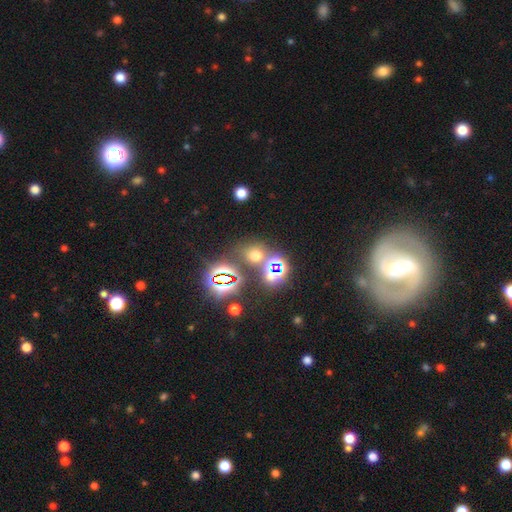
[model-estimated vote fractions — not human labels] The model was most divided on "smooth or featured": smooth: 48%, star or artifact: 45%, featured or disk: 8%. More confident: merging — none (67%).